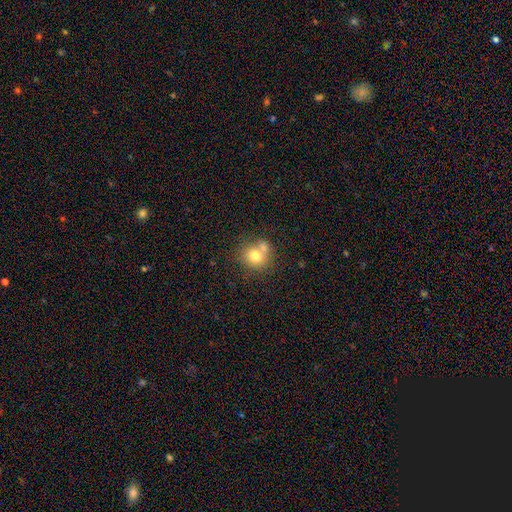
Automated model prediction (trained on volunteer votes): smooth 75%, featured or disk 15%, star or artifact 11%. Down the decision tree: how rounded — round (79%); merging — none (49%).